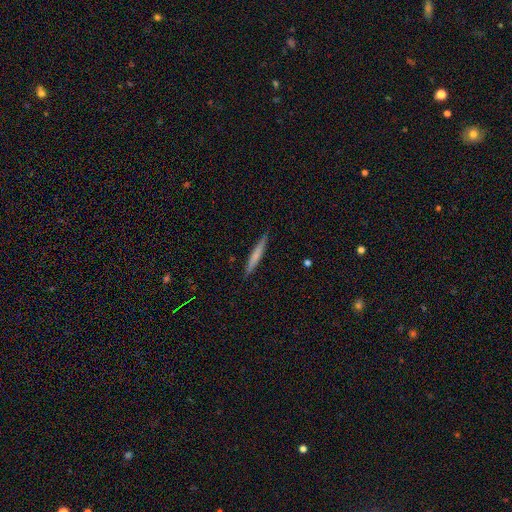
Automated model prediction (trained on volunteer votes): This is likely a smooth galaxy (61%). How rounded: clearly cigar-shaped (96%). Merging: clearly none (90%).